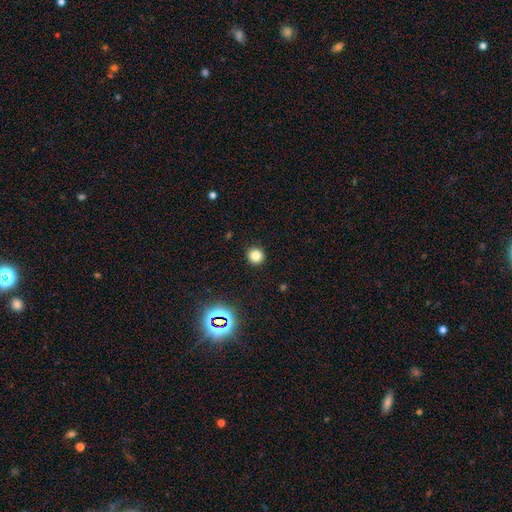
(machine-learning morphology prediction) Overall: smooth (80%). How rounded: round (94%). Merging: none (92%).